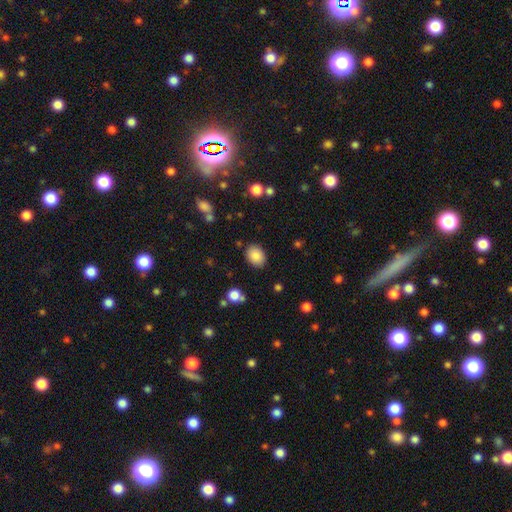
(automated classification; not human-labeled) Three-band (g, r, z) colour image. It shows a smooth galaxy with no disk features (87%) that is in between round and cigar-shaped (66%). Merging: none (85%).